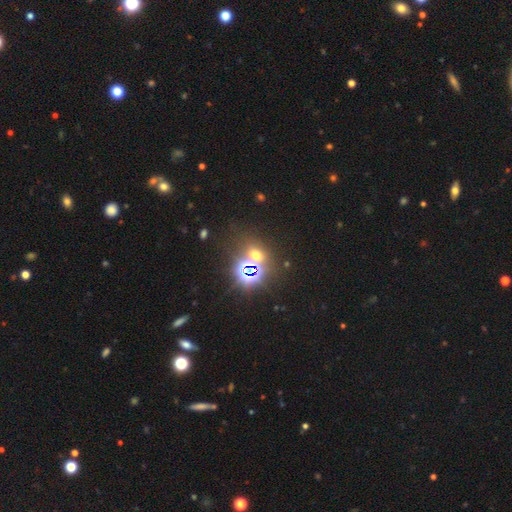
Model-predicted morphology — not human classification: A star or artifact, not a galaxy (57%).